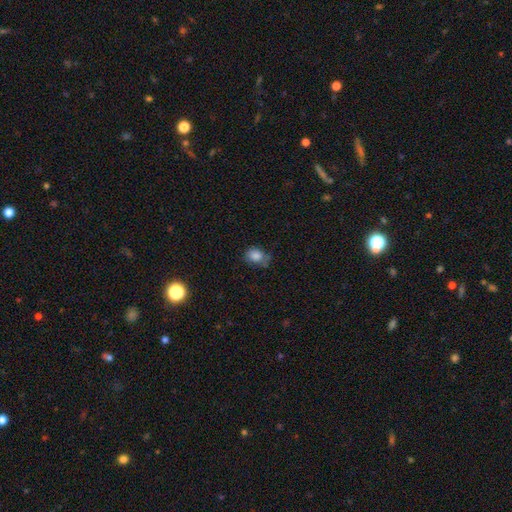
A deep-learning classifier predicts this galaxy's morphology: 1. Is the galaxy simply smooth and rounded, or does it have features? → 81% smooth, 10% star or artifact, 8% featured or disk.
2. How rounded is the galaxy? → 56% in between, 43% round, 1% cigar-shaped.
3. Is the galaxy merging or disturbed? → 53% none, 33% minor disturbance, 10% major disturbance, 4% merger.